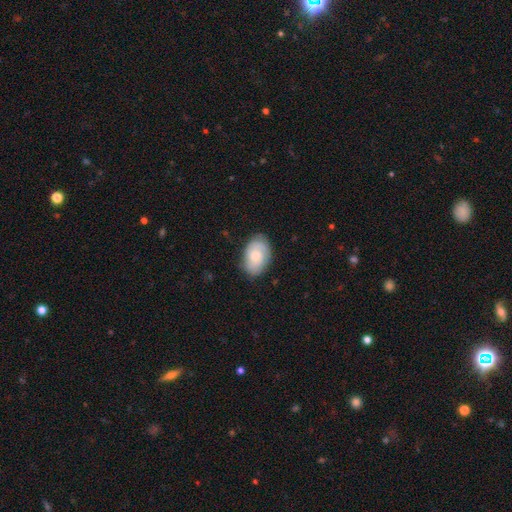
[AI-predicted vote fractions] This appears to be a featured or disk galaxy (47%). Merging: none (78%).